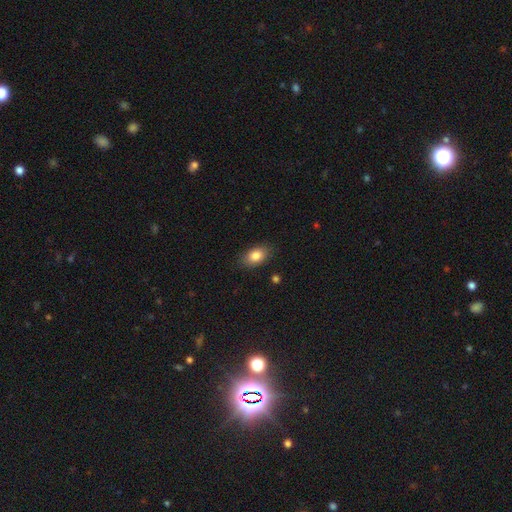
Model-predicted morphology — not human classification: Smooth or featured? Predicted: smooth (p=0.84). How rounded? Predicted: in between (p=0.89). Merging? Predicted: none (p=0.85).